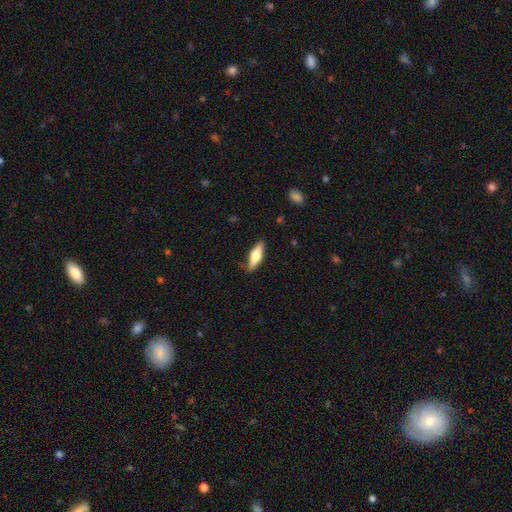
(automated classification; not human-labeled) Morphology: type=smooth (54%); roundness=in between (50%); merging=none (82%).